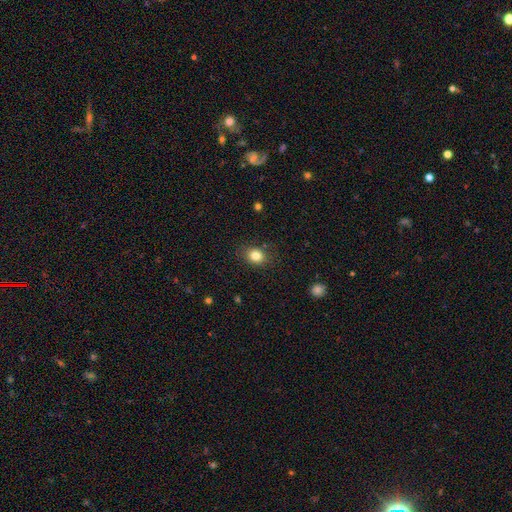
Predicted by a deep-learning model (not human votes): smooth 83%, star or artifact 11%, featured or disk 7%. Down the decision tree: how rounded — round (51%); merging — none (82%).